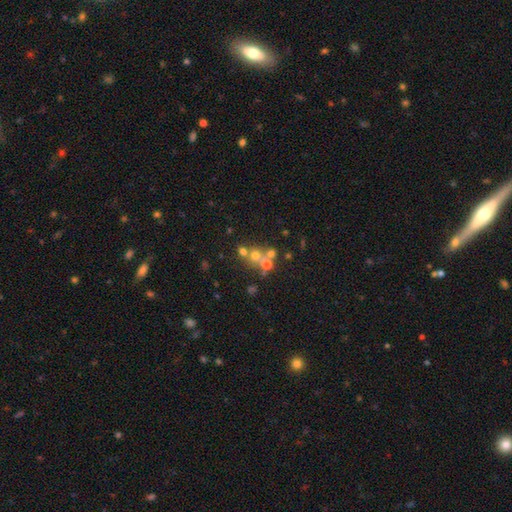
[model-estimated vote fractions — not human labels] Morphology: type=smooth (45%); merging=merger (45%).